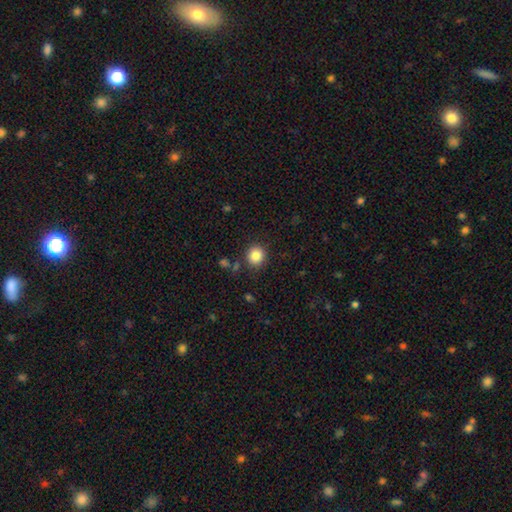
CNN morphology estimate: Overall: smooth (85%). How rounded: round (89%). Merging: none (87%).